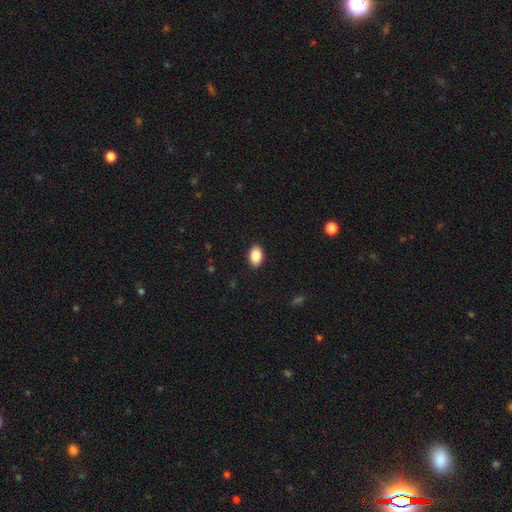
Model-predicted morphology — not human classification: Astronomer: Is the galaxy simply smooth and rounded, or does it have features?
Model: smooth — 88%.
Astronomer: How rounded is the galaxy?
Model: in between — 87%.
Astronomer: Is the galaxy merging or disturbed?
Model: none — 90%.